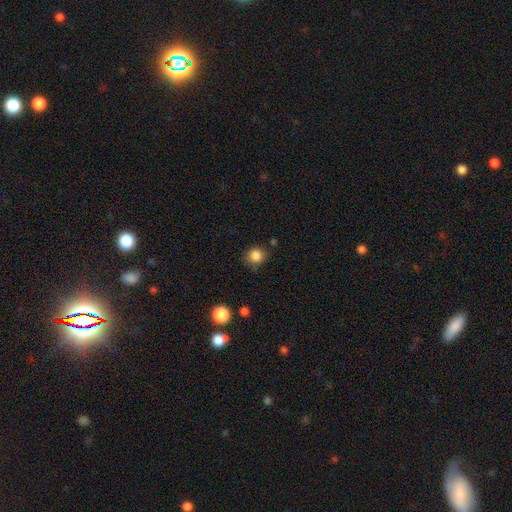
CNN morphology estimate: This is clearly a smooth galaxy (85%). How rounded: clearly round (83%). Merging: likely none (75%).